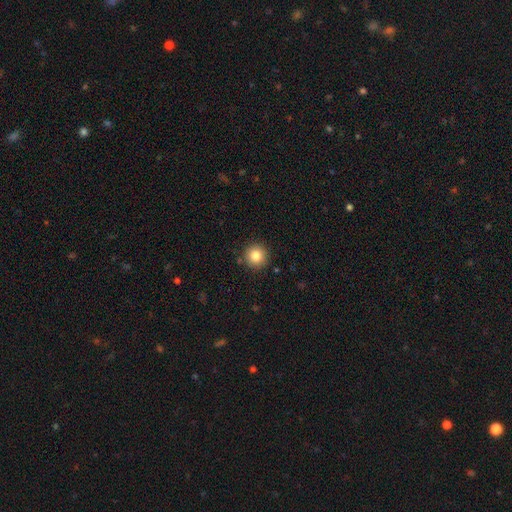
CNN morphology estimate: smooth-or-featured: smooth: 82% | star or artifact: 10% | featured or disk: 7%
  how-rounded: round: 95% | in between: 4% | cigar-shaped: 1%
  merging: none: 90% | minor disturbance: 6% | merger: 2% | major disturbance: 2%